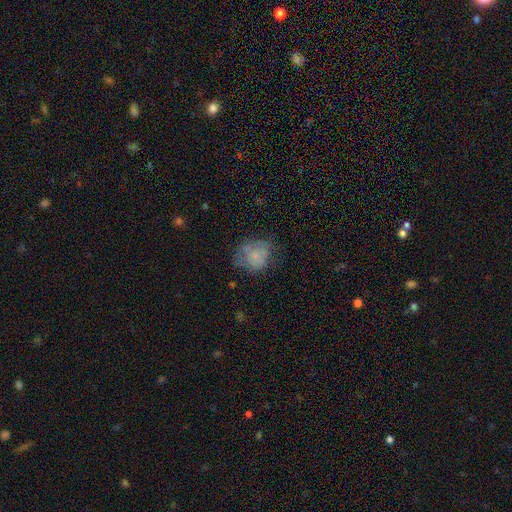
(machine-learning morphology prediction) The model was most divided on "merging": none: 47%, minor disturbance: 30%, major disturbance: 20%, merger: 3%. More confident: how rounded — round (69%); smooth or featured — smooth (66%).